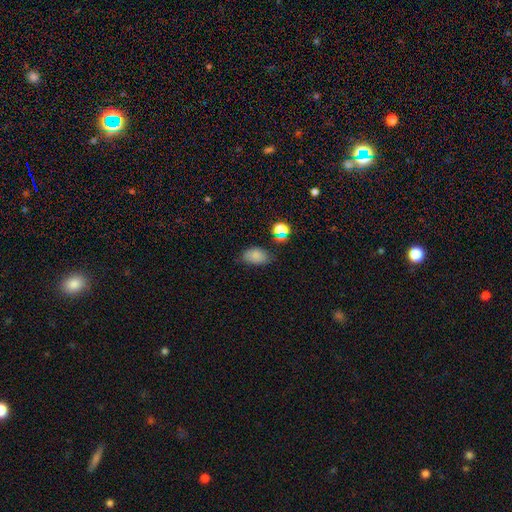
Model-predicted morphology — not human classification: type=smooth (80%); roundness=in between (88%); merging=none (64%).